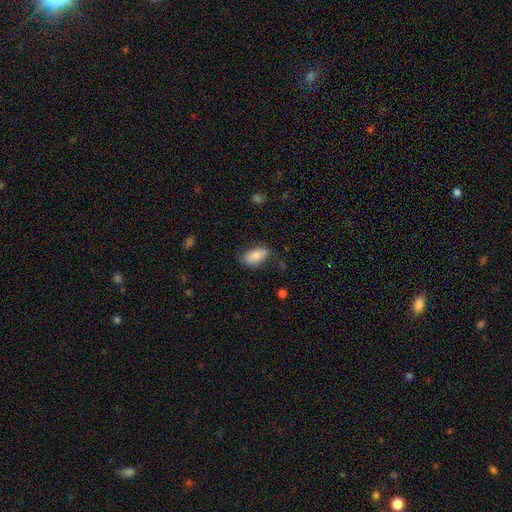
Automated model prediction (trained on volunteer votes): smooth-or-featured: smooth: 79% | featured or disk: 14% | star or artifact: 7%
  how-rounded: in between: 93% | round: 4% | cigar-shaped: 2%
  merging: none: 75% | minor disturbance: 19% | major disturbance: 4% | merger: 2%